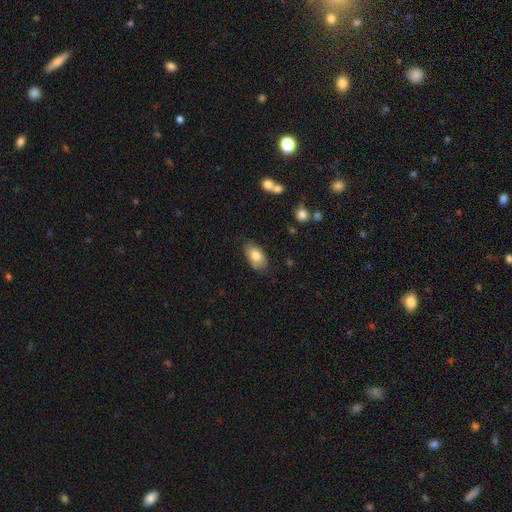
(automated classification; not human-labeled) The model was most divided on "merging": none: 80%, minor disturbance: 16%, major disturbance: 3%, merger: 1%. More confident: how rounded — in between (92%); smooth or featured — smooth (81%).